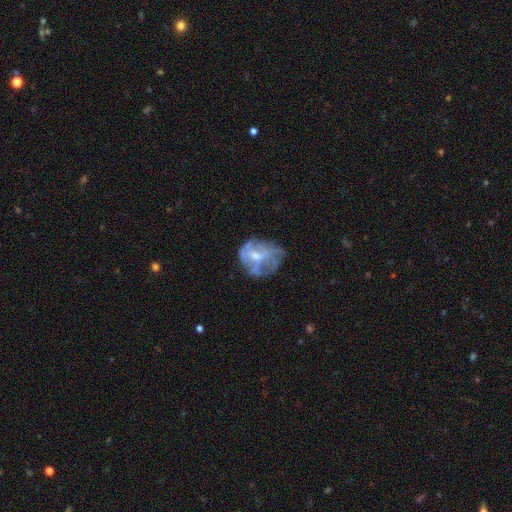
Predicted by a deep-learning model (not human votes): Smooth or featured? featured or disk (61%)
Edge-on disk? no (97%)
Bar? no (64%)
Spiral arms? no (63%)
Bulge size? moderate (48%)
Merging? none (43%)